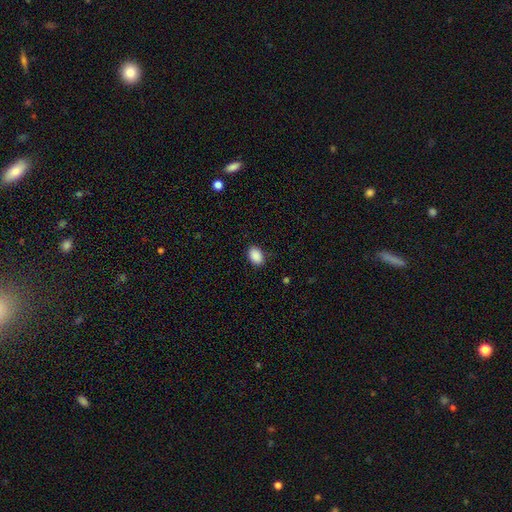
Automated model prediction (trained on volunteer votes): Smooth or featured: smooth — 90% (star or artifact — 8%)
How rounded: in between — 85% (round — 14%)
Merging: none — 87% (minor disturbance — 10%)